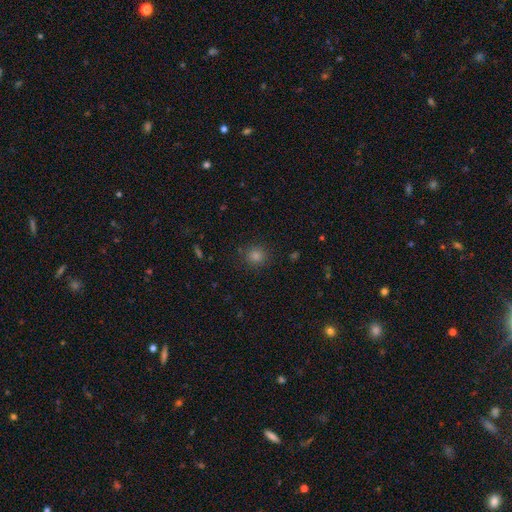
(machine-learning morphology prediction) smooth 76%, star or artifact 19%, featured or disk 5%. Down the decision tree: how rounded — round (91%); merging — none (90%).